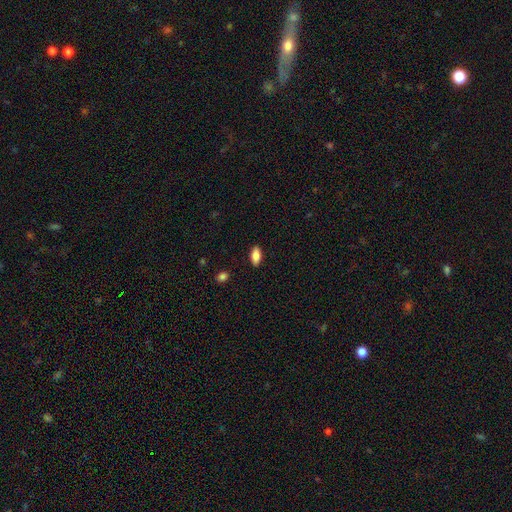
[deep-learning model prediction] Smooth or featured: smooth — 82% (featured or disk — 11%)
How rounded: in between — 87% (cigar-shaped — 11%)
Merging: none — 89% (minor disturbance — 8%)